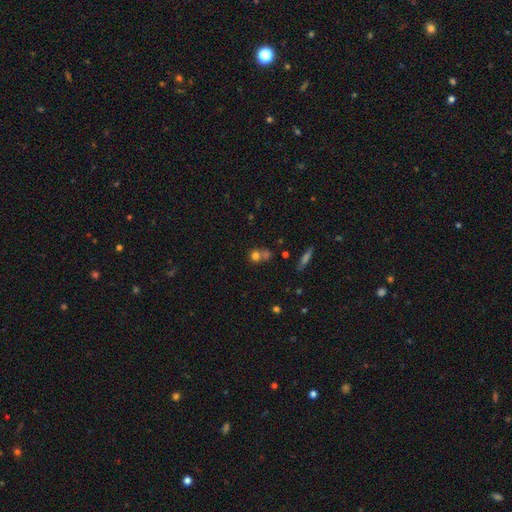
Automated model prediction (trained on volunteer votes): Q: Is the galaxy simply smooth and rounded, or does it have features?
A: smooth — 71%.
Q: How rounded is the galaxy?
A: round — 81%.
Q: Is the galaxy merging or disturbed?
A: merger — 48%.